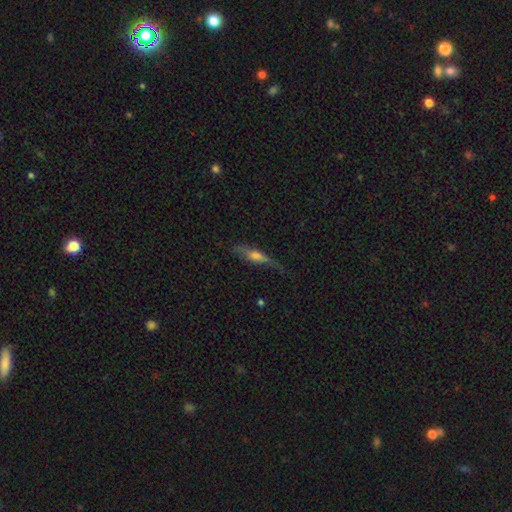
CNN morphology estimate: Q: Smooth or featured?
A: smooth (48%); runner-up: featured or disk (44%)
Q: Merging?
A: none (61%); runner-up: minor disturbance (27%)